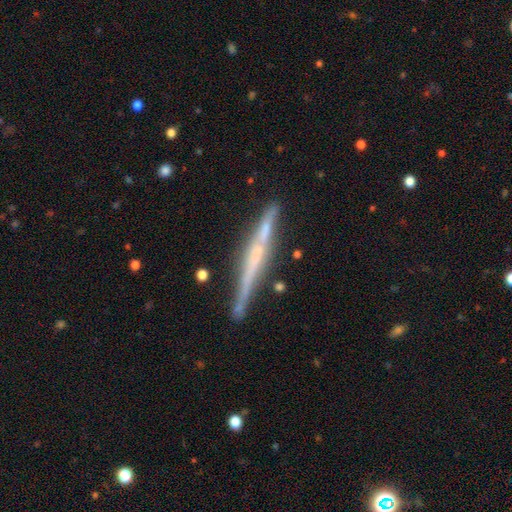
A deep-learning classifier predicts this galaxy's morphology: The model was most divided on "edge-on bulge": none: 60%, rounded: 25%, boxy: 15%. More confident: edge-on disk — yes (97%); merging — none (79%); smooth or featured — featured or disk (70%).